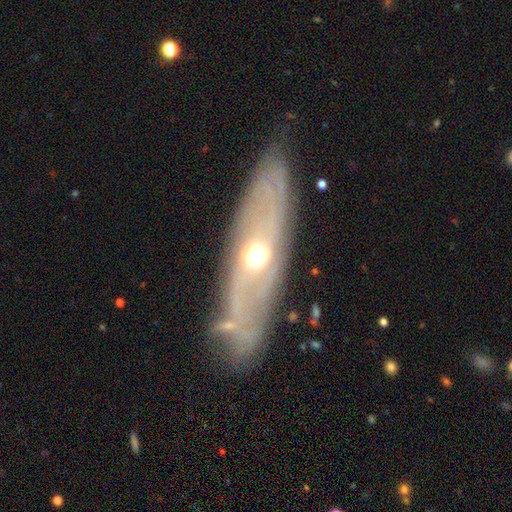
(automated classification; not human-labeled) featured or disk 74%, smooth 20%, star or artifact 6%. Down the decision tree: edge-on disk — no (66%); merging — none (77%).